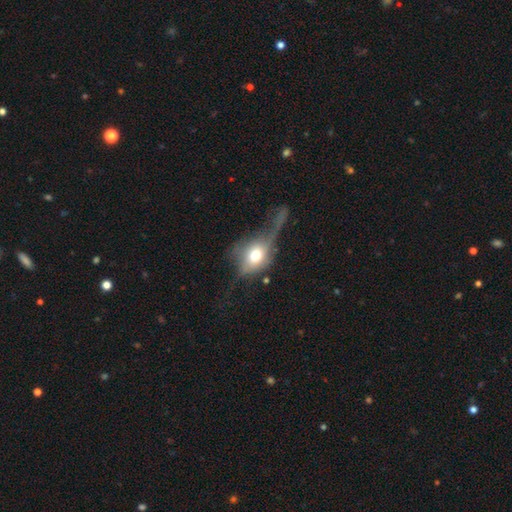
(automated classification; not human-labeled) smooth_or_featured: smooth (p=0.58) [alt: featured or disk p=0.32]
how_rounded: in between (p=0.56) [alt: round p=0.39]
merging: major disturbance (p=0.44) [alt: none p=0.27]